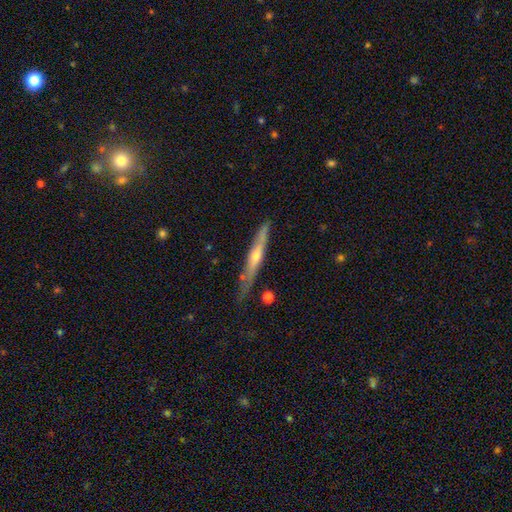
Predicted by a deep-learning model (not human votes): featured or disk 67%, smooth 26%, star or artifact 7%. Down the decision tree: edge-on disk — yes (93%); edge-on bulge — rounded (75%); merging — none (76%).